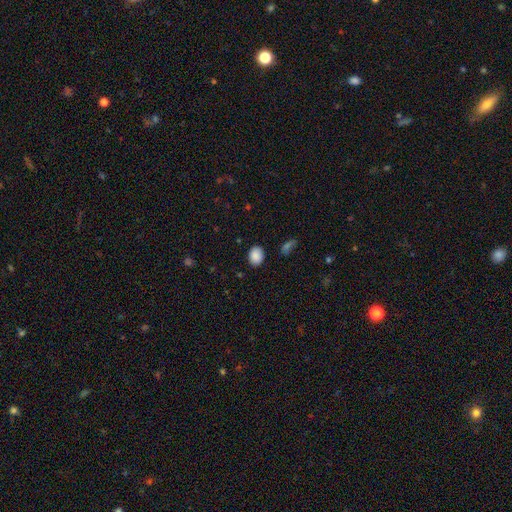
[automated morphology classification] Overall: smooth (88%). How rounded: in between (66%; round 33%). Merging: none (86%).